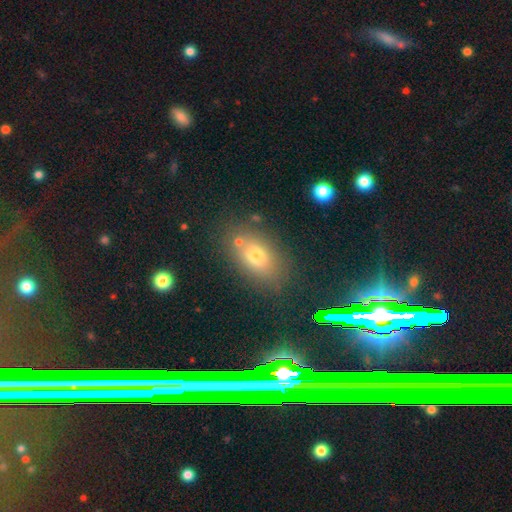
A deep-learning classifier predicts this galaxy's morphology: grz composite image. It shows a smooth galaxy with no disk features (70%) that is in between round and cigar-shaped (77%). Merging: none (75%).